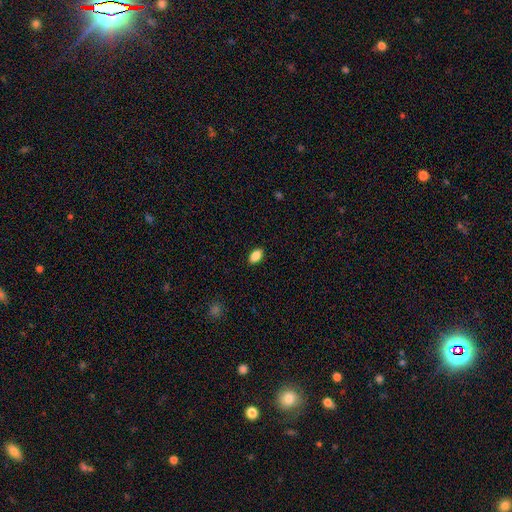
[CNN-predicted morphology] A smooth galaxy with no disk features (88%) that is in between round and cigar-shaped (92%).

Vote fractions:
- Smooth or featured? smooth: 88% / star or artifact: 8% / featured or disk: 4%
- How rounded? in between: 92% / round: 6% / cigar-shaped: 2%
- Merging? none: 89% / minor disturbance: 8% / major disturbance: 2% / merger: 1%